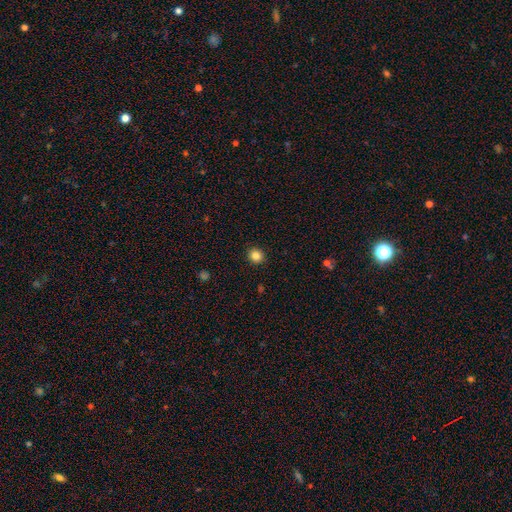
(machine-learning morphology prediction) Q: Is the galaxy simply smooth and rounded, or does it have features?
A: smooth — 84%.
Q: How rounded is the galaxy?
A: round — 89%.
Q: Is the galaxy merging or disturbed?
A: none — 92%.